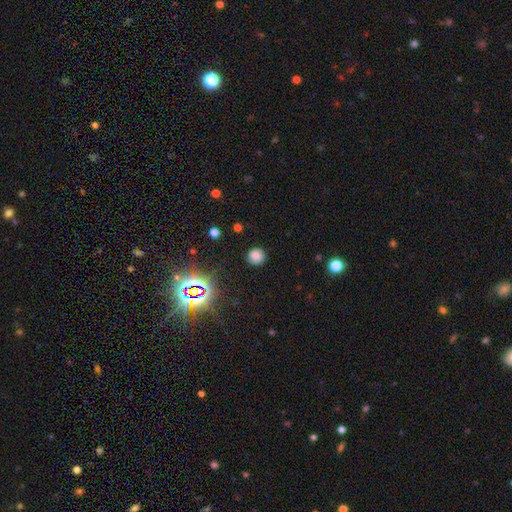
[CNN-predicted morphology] smooth 73%, star or artifact 19%, featured or disk 9%. Down the decision tree: how rounded — round (88%); merging — none (84%).